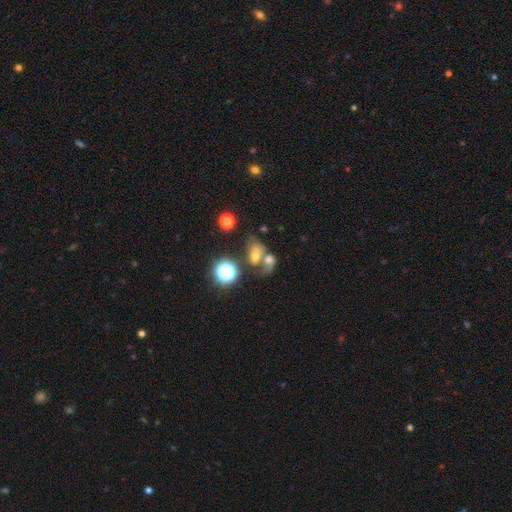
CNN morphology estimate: Q: Smooth or featured?
A: smooth (52%); runner-up: featured or disk (29%)
Q: How rounded?
A: in between (63%); runner-up: round (35%)
Q: Merging?
A: merger (58%); runner-up: none (23%)